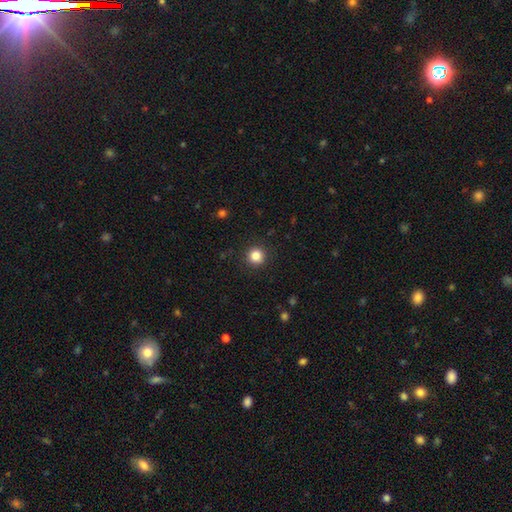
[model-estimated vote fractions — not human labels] The model was most divided on "smooth or featured": smooth: 84%, star or artifact: 12%, featured or disk: 4%. More confident: how rounded — round (94%); merging — none (91%).